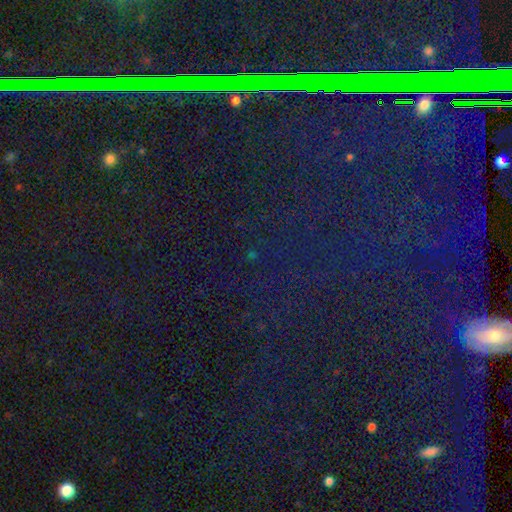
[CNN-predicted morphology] A star or artifact, not a galaxy (83%).

Vote fractions:
- Smooth or featured? star or artifact: 83% / smooth: 10% / featured or disk: 7%